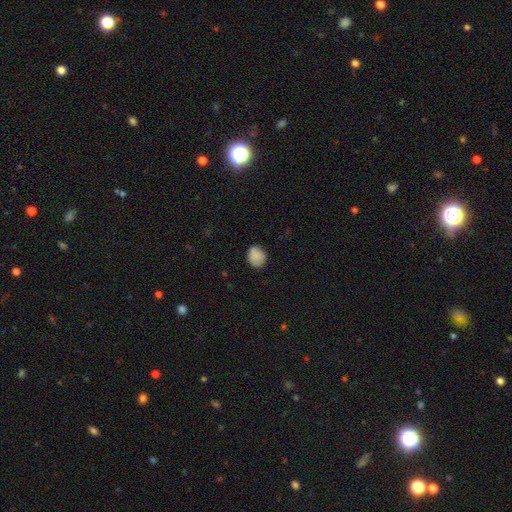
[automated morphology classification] Overall: smooth (82%). How rounded: round (69%; in between 30%). Merging: none (78%).